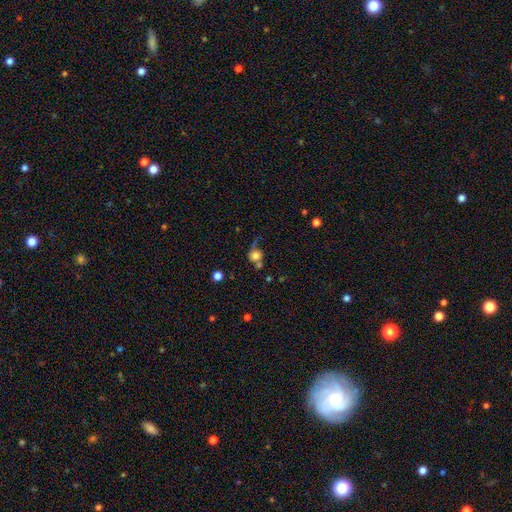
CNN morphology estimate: Smooth or featured? smooth (69%)
How rounded? round (75%)
Merging? none (35%)